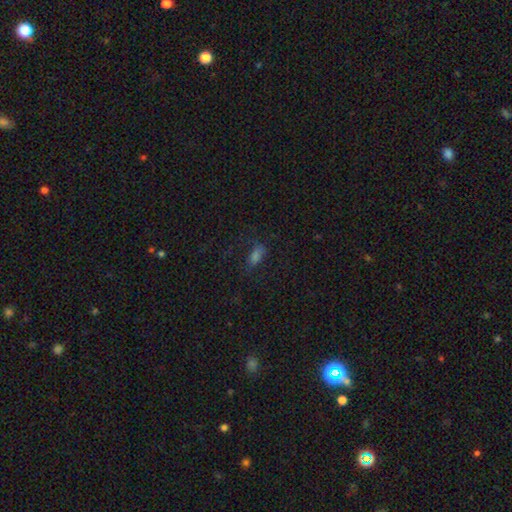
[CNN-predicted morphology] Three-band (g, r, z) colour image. It shows a smooth galaxy with no disk features (62%) that is in between round and cigar-shaped (77%). Merging: none (65%).